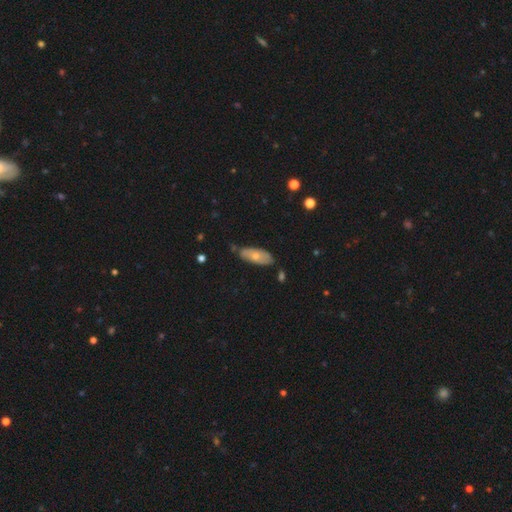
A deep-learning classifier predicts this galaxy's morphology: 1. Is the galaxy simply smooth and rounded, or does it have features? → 61% smooth, 33% featured or disk, 6% star or artifact.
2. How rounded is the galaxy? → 80% in between, 17% cigar-shaped, 2% round.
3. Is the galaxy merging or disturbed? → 69% none, 23% minor disturbance, 4% merger, 4% major disturbance.